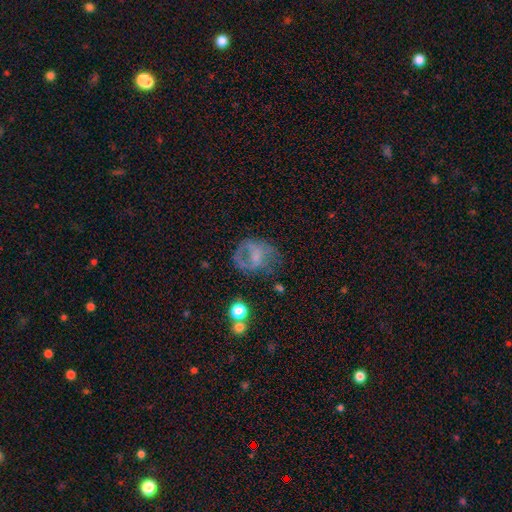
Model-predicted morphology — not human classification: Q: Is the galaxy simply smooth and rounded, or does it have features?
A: featured or disk — 50%.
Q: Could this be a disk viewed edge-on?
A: no — 97%.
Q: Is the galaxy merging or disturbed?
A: none — 41%.